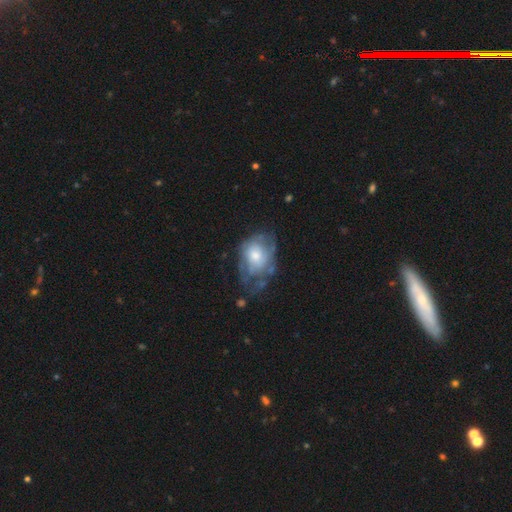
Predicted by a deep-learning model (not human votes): A featured or disk galaxy (50%).

Vote fractions:
- Smooth or featured? featured or disk: 50% / smooth: 42% / star or artifact: 7%
- Edge-on disk? no: 96% / yes: 4%
- Merging? none: 39% / minor disturbance: 29% / major disturbance: 29% / merger: 3%